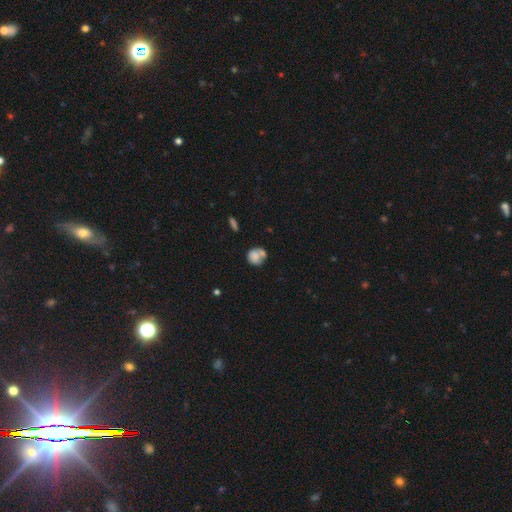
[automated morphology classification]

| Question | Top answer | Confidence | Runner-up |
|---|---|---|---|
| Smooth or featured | smooth | 73% | featured or disk (17%) |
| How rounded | round | 81% | in between (18%) |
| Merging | none | 44% | merger (30%) |